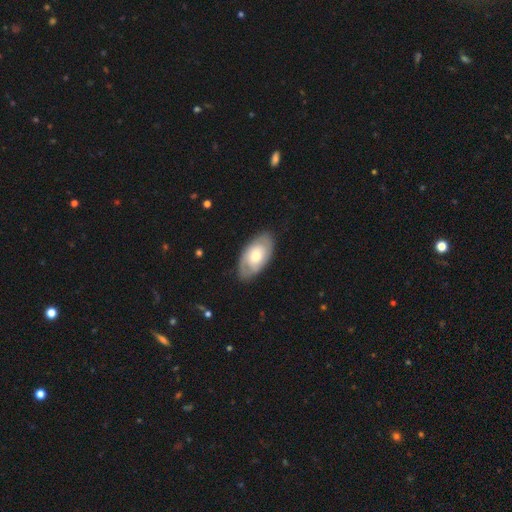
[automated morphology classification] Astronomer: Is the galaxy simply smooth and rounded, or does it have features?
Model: featured or disk — 50% (runner-up: smooth, 44%).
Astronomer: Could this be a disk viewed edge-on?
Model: no — 90%.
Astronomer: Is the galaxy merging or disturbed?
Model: none — 81%.